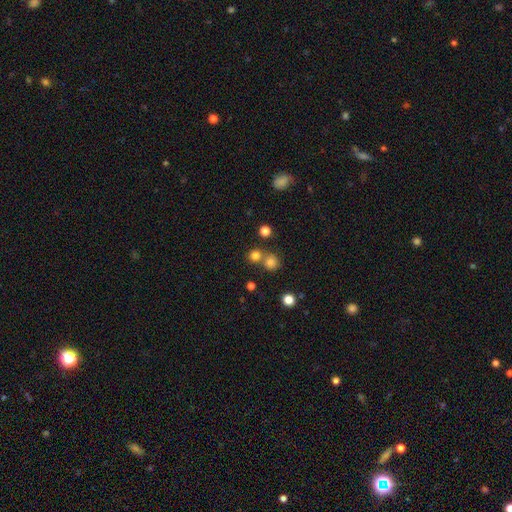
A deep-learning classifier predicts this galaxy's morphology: smooth-or-featured: smooth: 77% | star or artifact: 17% | featured or disk: 6%
  how-rounded: round: 89% | in between: 10% | cigar-shaped: 1%
  merging: none: 62% | merger: 29% | minor disturbance: 6% | major disturbance: 3%